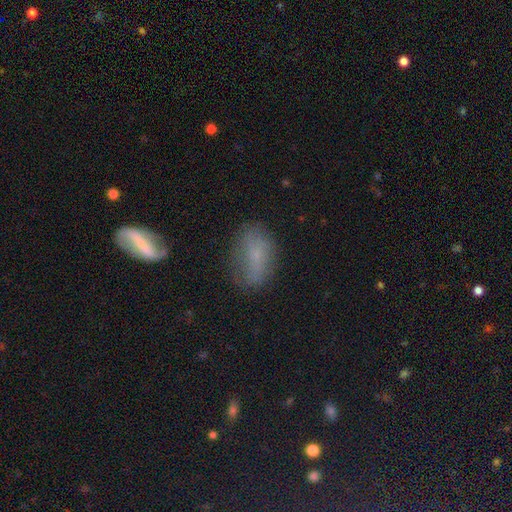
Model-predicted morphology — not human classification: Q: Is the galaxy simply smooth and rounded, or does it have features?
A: smooth — 58%.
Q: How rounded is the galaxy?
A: in between — 86%.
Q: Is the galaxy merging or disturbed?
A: none — 55%.